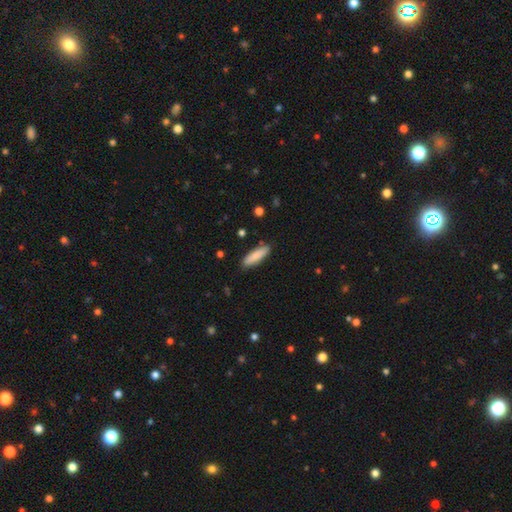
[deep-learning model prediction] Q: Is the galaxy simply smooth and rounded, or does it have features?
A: smooth — 83%.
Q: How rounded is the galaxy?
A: cigar-shaped — 60%.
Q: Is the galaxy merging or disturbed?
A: none — 86%.